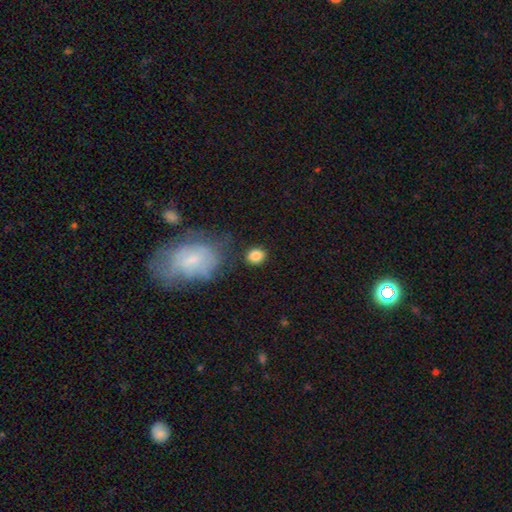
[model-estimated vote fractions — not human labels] The model was most divided on "how rounded": round: 56%, in between: 43%, cigar-shaped: 1%. More confident: smooth or featured — smooth (86%); merging — none (80%).